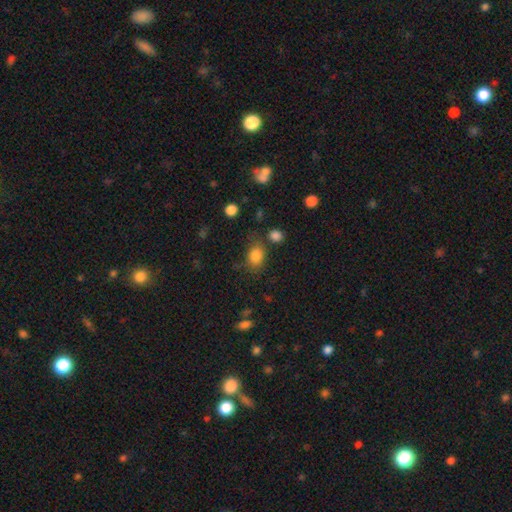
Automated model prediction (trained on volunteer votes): This is clearly a smooth galaxy (83%). How rounded: likely in between (64%). Merging: likely none (68%).